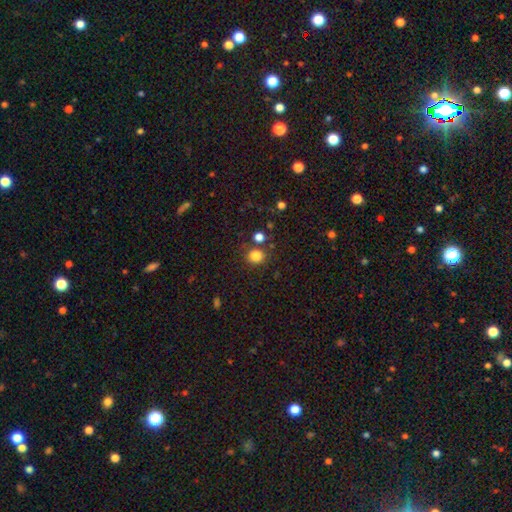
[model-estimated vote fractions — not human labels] This appears to be a smooth galaxy with no disk features (83%) that is round (78%). Merging: none (78%).